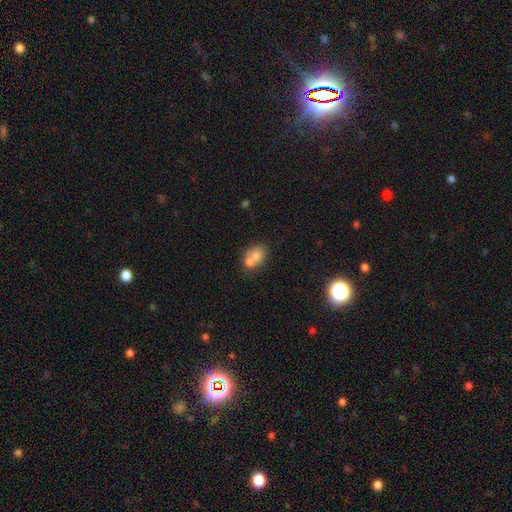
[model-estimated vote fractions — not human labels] The model was most divided on "how rounded": in between: 51%, round: 48%, cigar-shaped: 1%. More confident: smooth or featured — smooth (70%); merging — merger (53%).